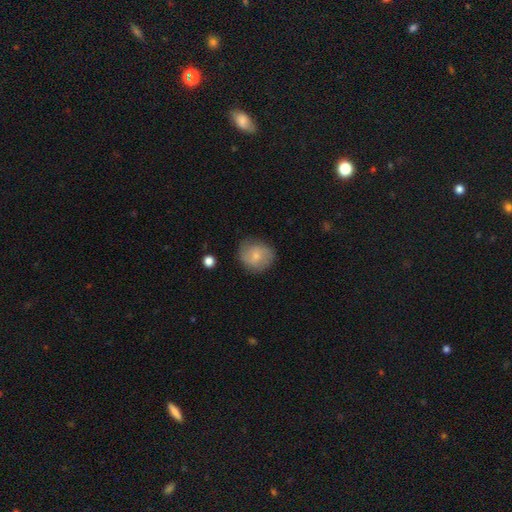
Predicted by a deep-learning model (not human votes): smooth_or_featured: smooth (p=0.66) [alt: featured or disk p=0.27]
how_rounded: round (p=0.81) [alt: in between p=0.18]
merging: none (p=0.76) [alt: minor disturbance p=0.18]